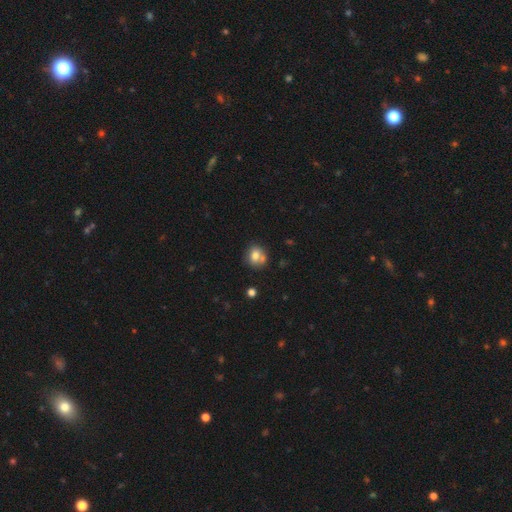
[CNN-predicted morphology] smooth-or-featured: smooth: 74% | featured or disk: 16% | star or artifact: 10%
  how-rounded: round: 69% | in between: 30% | cigar-shaped: 1%
  merging: none: 53% | merger: 25% | minor disturbance: 17% | major disturbance: 5%